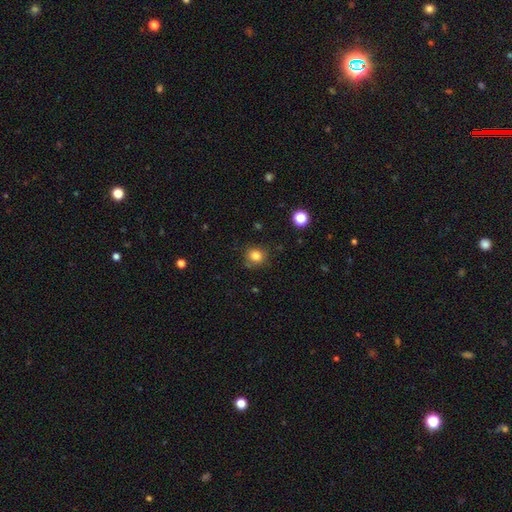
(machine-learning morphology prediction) A smooth galaxy with no disk features (82%) that is round (87%). Merging: none (82%).